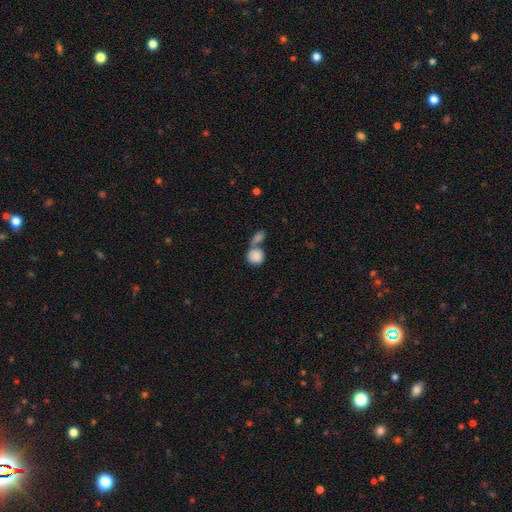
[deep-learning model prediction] Morphology: type=smooth (84%); roundness=round (81%); merging=merger (52%).